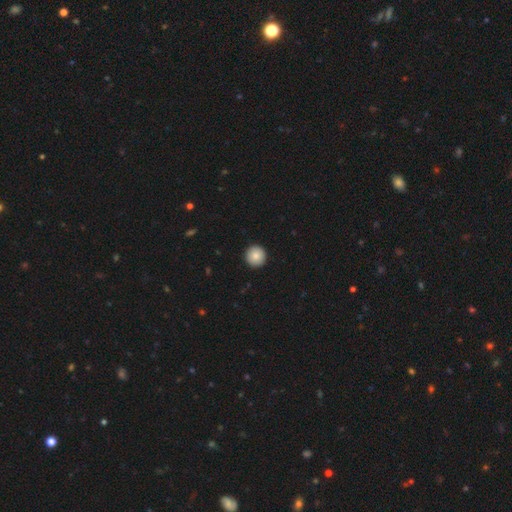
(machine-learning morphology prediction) Smooth or featured?
  - smooth: 85% *
  - star or artifact: 8%
  - featured or disk: 7%
How rounded?
  - round: 96% *
  - in between: 3%
  - cigar-shaped: 1%
Merging?
  - none: 94% *
  - minor disturbance: 4%
  - major disturbance: 1%
  - merger: 1%